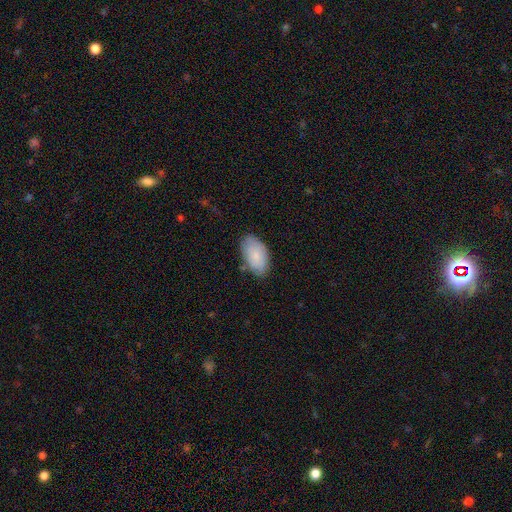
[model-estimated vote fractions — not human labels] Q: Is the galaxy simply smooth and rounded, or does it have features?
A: smooth — 80%.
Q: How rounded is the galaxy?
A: in between — 95%.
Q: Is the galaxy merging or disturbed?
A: none — 76%.